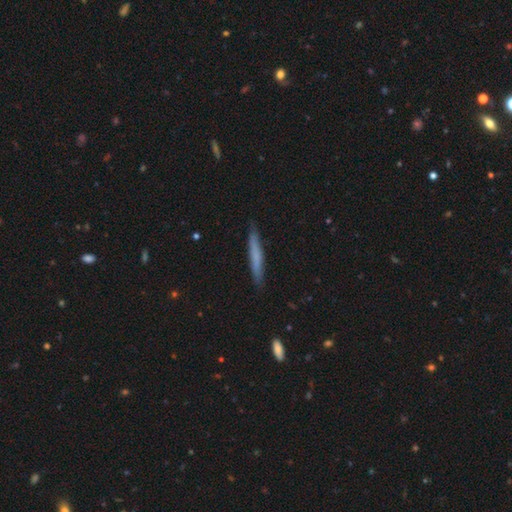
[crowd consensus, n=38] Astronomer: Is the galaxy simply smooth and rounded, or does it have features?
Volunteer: smooth — 68%.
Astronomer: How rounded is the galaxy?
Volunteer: cigar-shaped — 100%.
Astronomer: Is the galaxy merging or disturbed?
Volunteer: none — 91%.